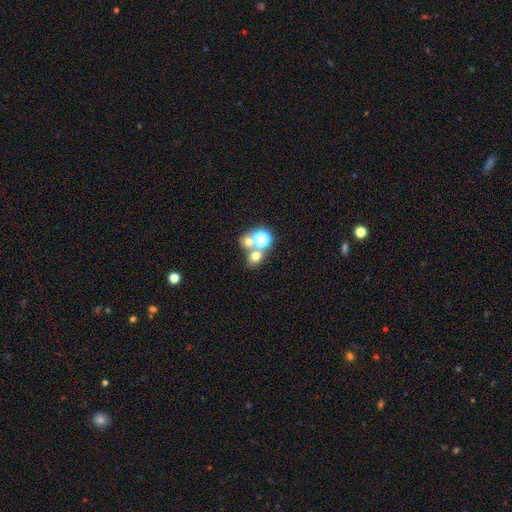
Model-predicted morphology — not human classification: Smooth or featured: smooth — 64% (star or artifact — 23%)
How rounded: round — 76% (in between — 22%)
Merging: none — 50% (merger — 39%)